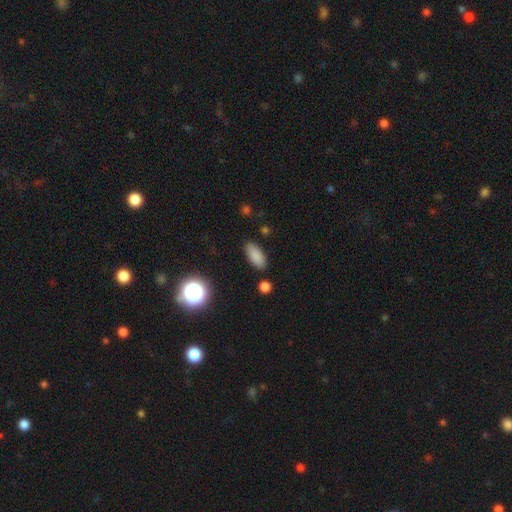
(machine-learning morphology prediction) Q: Smooth or featured?
A: smooth (85%); runner-up: star or artifact (10%)
Q: How rounded?
A: in between (87%); runner-up: cigar-shaped (10%)
Q: Merging?
A: none (84%); runner-up: minor disturbance (11%)